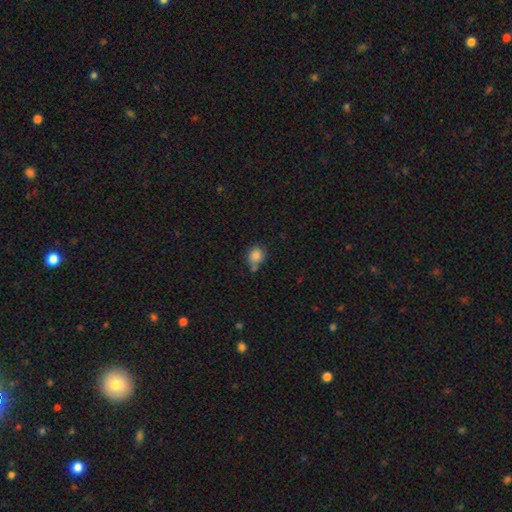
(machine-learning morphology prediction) A smooth galaxy with no disk features (84%) that is round (77%).

Vote fractions:
- Smooth or featured? smooth: 84% / star or artifact: 10% / featured or disk: 6%
- How rounded? round: 77% / in between: 22% / cigar-shaped: 1%
- Merging? none: 61% / merger: 18% / minor disturbance: 17% / major disturbance: 4%